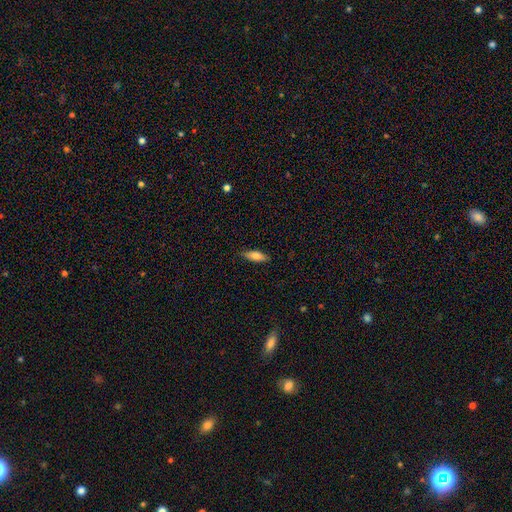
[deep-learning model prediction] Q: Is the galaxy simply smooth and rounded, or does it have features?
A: smooth — 78%.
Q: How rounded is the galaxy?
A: in between — 62%.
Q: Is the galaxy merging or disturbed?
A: none — 85%.